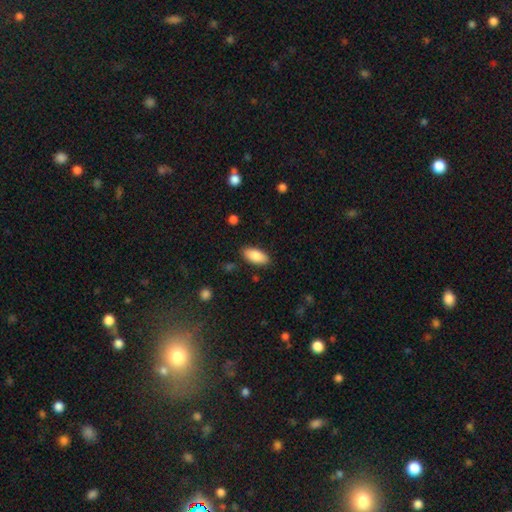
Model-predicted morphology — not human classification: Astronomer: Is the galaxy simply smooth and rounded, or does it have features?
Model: smooth — 87%.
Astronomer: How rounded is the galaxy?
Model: in between — 90%.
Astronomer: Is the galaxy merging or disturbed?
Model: none — 87%.